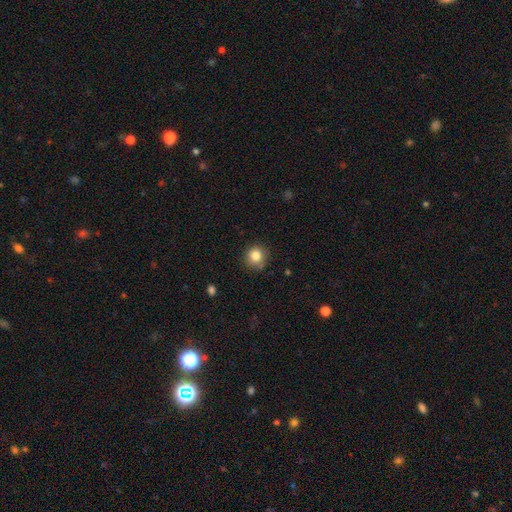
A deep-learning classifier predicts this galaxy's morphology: A smooth galaxy with no disk features (84%) that is round (91%).

Vote fractions:
- Smooth or featured? smooth: 84% / star or artifact: 11% / featured or disk: 6%
- How rounded? round: 91% / in between: 8% / cigar-shaped: 1%
- Merging? none: 82% / minor disturbance: 14% / major disturbance: 3% / merger: 2%